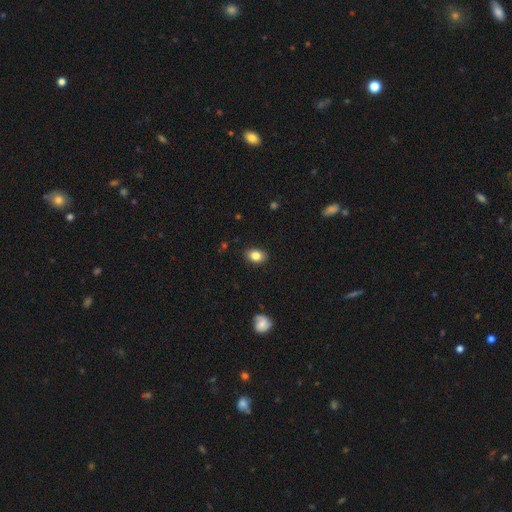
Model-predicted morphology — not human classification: smooth 84%, star or artifact 9%, featured or disk 8%. Down the decision tree: how rounded — in between (78%); merging — none (88%).